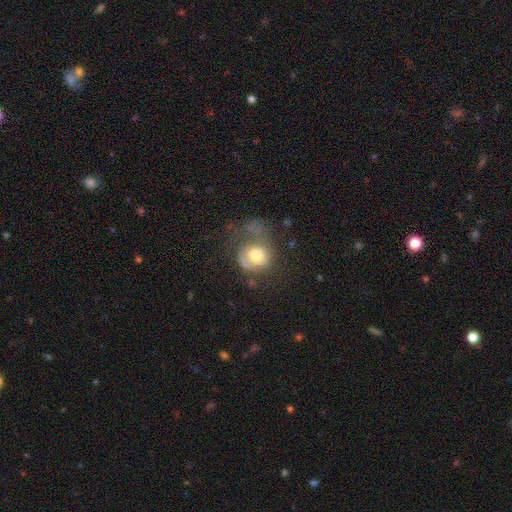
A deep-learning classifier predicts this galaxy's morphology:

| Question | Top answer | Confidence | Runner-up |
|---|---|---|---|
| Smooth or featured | smooth | 59% | featured or disk (33%) |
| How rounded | round | 72% | in between (27%) |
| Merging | major disturbance | 47% | none (26%) |